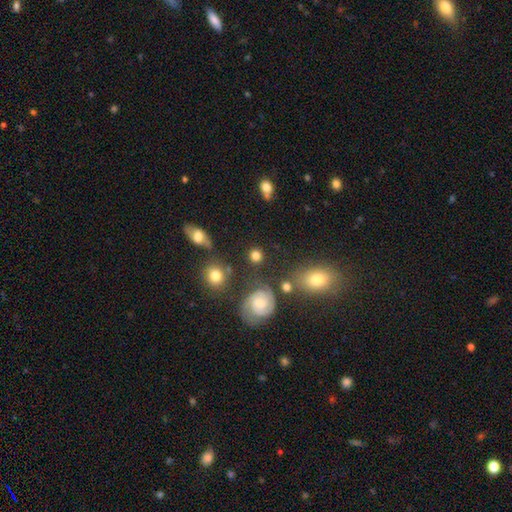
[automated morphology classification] This is likely a smooth galaxy (70%). How rounded: clearly round (83%). Merging: likely none (75%).